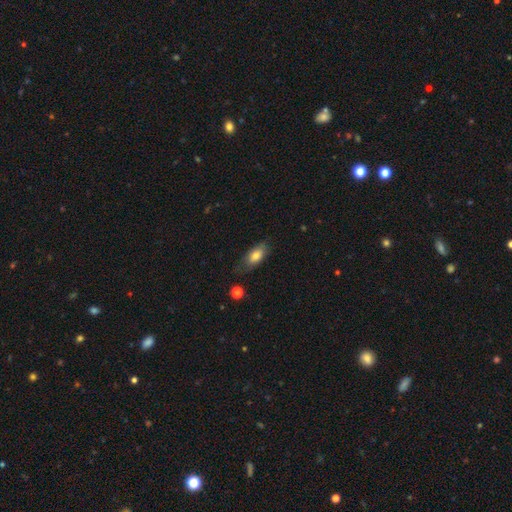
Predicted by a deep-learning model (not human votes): Smooth or featured?
  - smooth: 78% *
  - featured or disk: 14%
  - star or artifact: 8%
How rounded?
  - in between: 85% *
  - cigar-shaped: 10%
  - round: 4%
Merging?
  - none: 68% *
  - minor disturbance: 23%
  - major disturbance: 6%
  - merger: 2%